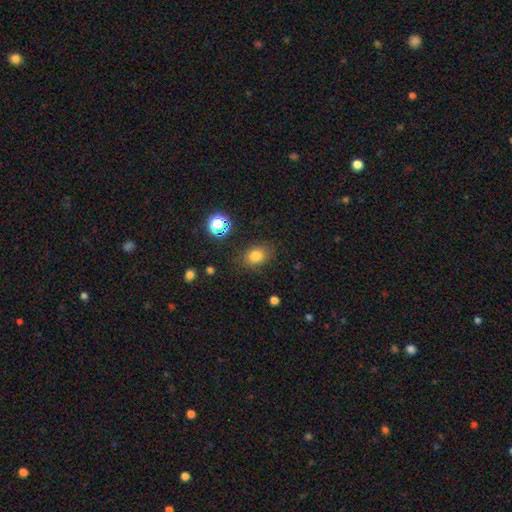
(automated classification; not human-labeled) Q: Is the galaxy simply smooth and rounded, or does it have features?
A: smooth — 79%.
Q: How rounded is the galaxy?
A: in between — 58%.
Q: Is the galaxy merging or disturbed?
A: none — 82%.